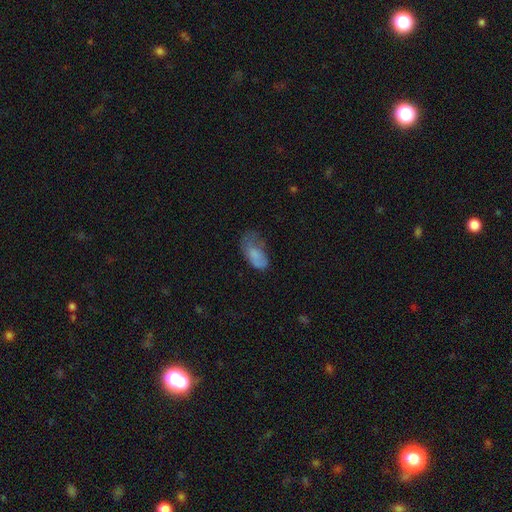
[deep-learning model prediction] Overall: smooth (73%). How rounded: in between (92%). Merging: major disturbance (37%; minor disturbance 33%).